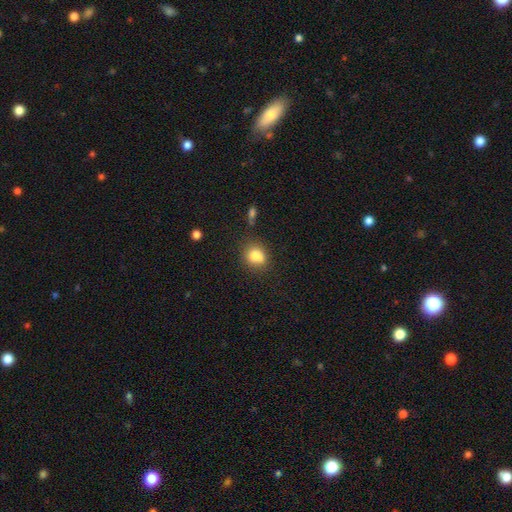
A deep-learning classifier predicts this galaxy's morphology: Smooth or featured?
  - smooth: 77% *
  - featured or disk: 13%
  - star or artifact: 11%
How rounded?
  - round: 70% *
  - in between: 29%
  - cigar-shaped: 1%
Merging?
  - none: 51% *
  - merger: 27%
  - minor disturbance: 17%
  - major disturbance: 5%